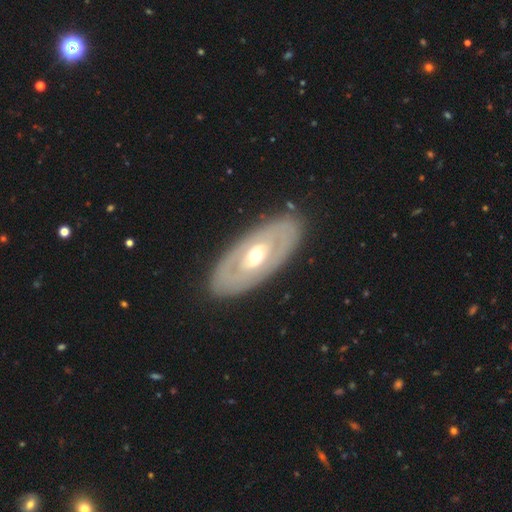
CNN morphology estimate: Smooth or featured: featured or disk — 71% (smooth — 25%)
Edge-on disk: no — 87% (yes — 13%)
Bar: no — 71% (weak — 19%)
Spiral arms: no — 73% (yes — 27%)
Bulge size: moderate — 62% (small — 32%)
Merging: none — 86% (minor disturbance — 10%)